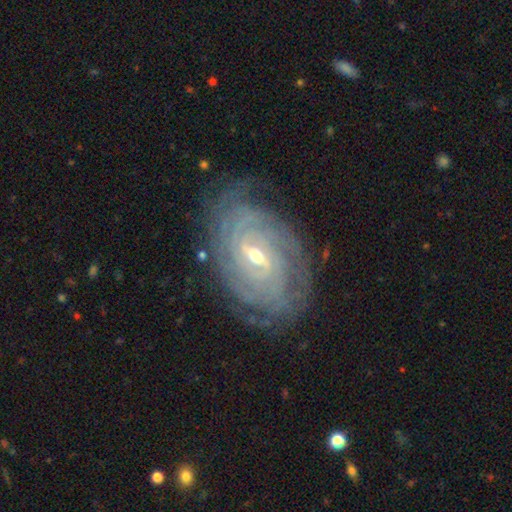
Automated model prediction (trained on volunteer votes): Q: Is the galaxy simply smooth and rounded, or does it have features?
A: featured or disk — 88%.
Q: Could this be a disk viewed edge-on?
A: no — 96%.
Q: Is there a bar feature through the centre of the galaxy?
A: weak — 49%.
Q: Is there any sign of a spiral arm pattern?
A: yes — 97%.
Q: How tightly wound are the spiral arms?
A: tight — 84%.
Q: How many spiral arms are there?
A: can't tell — 30%.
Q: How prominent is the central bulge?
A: small — 55%.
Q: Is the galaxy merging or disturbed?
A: none — 81%.